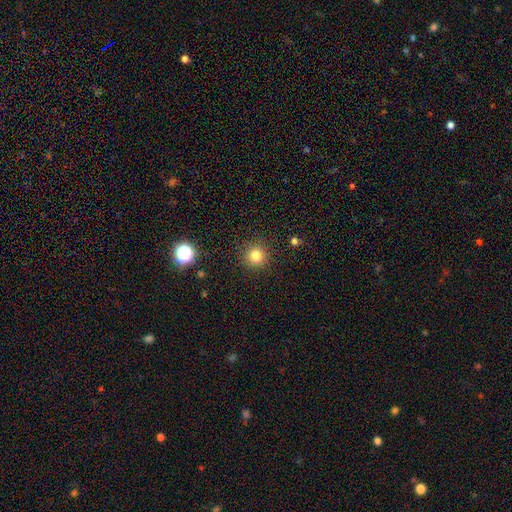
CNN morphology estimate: Smooth or featured? smooth (81%)
How rounded? round (95%)
Merging? none (90%)